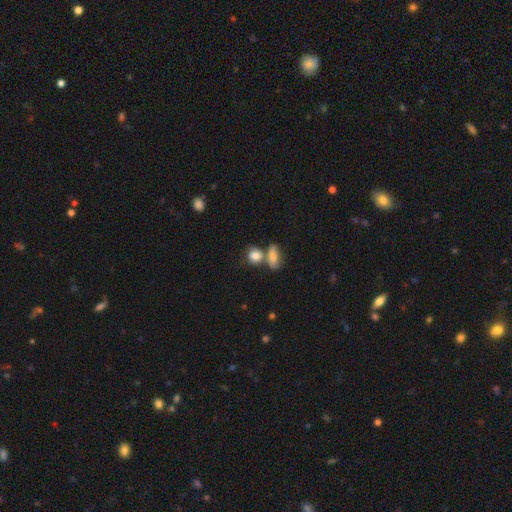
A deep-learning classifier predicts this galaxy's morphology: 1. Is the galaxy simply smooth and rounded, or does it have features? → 82% smooth, 9% featured or disk, 9% star or artifact.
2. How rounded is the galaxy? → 61% round, 35% in between, 3% cigar-shaped.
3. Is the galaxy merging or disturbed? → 45% none, 38% merger, 12% minor disturbance, 5% major disturbance.